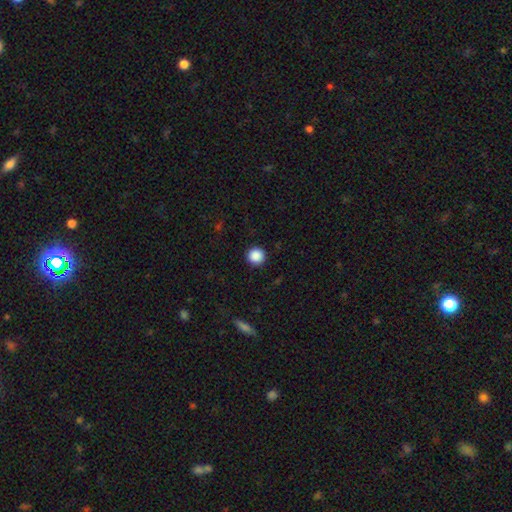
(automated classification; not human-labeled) smooth 88%, star or artifact 9%, featured or disk 3%. Down the decision tree: how rounded — round (95%); merging — none (92%).